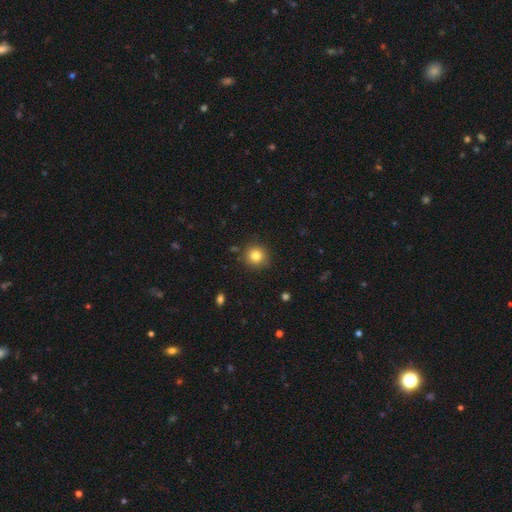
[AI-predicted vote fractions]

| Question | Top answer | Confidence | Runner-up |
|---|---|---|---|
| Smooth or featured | smooth | 82% | star or artifact (11%) |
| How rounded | round | 93% | in between (6%) |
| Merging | none | 88% | minor disturbance (8%) |